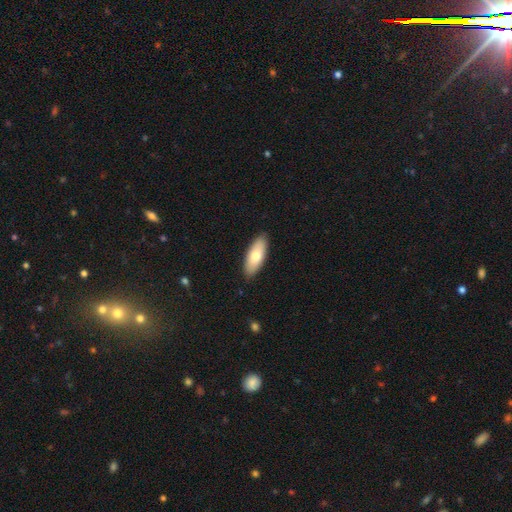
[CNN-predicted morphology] This is likely a smooth galaxy (74%). How rounded: likely in between (79%). Merging: clearly none (87%).